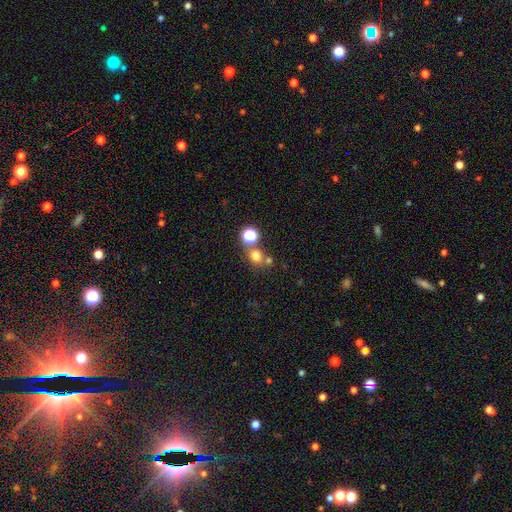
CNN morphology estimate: Overall: smooth (71%). How rounded: round (83%). Merging: none (62%; merger 26%).